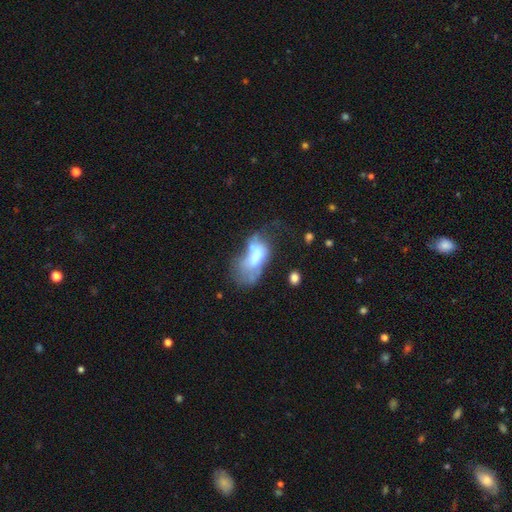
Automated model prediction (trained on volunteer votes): This appears to be a smooth galaxy with no disk features (51%) that is in between round and cigar-shaped (89%). Merging: major disturbance (45%).